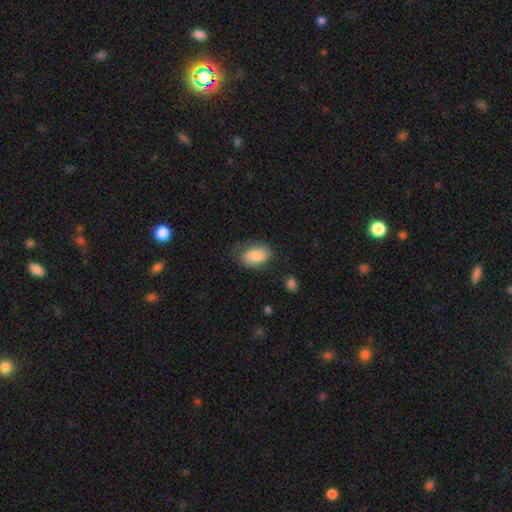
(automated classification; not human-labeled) smooth 81%, featured or disk 12%, star or artifact 7%. Down the decision tree: how rounded — in between (91%); merging — none (57%).